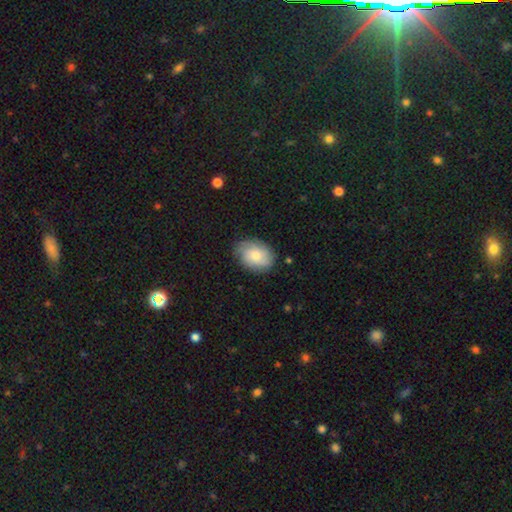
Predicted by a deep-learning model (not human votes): smooth 56%, featured or disk 37%, star or artifact 7%. Down the decision tree: how rounded — in between (72%); merging — none (75%).